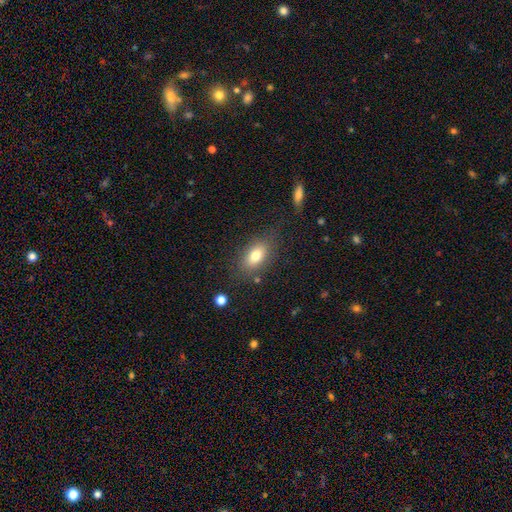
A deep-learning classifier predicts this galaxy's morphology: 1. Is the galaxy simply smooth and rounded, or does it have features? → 77% smooth, 14% featured or disk, 10% star or artifact.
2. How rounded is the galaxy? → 83% in between, 13% round, 4% cigar-shaped.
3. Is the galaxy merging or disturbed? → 78% none, 14% minor disturbance, 5% major disturbance, 3% merger.